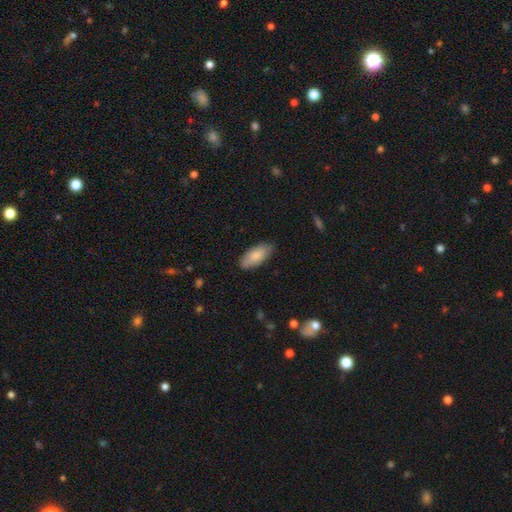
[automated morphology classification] smooth 84%, featured or disk 10%, star or artifact 6%. Down the decision tree: how rounded — in between (86%); merging — none (83%).